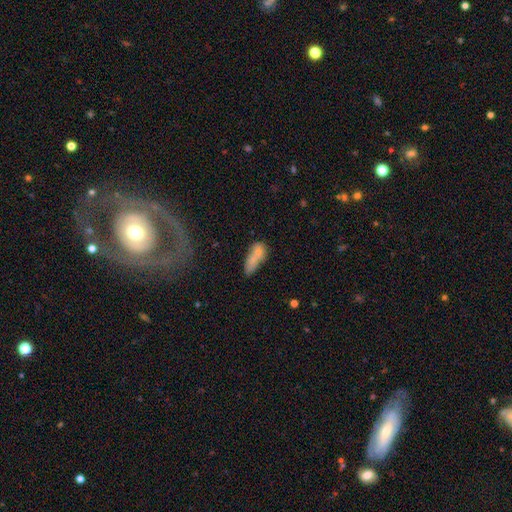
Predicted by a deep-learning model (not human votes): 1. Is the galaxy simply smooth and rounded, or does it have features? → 69% smooth, 21% featured or disk, 10% star or artifact.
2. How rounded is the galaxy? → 67% in between, 25% cigar-shaped, 8% round.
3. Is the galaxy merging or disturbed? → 38% merger, 32% none, 17% minor disturbance, 12% major disturbance.